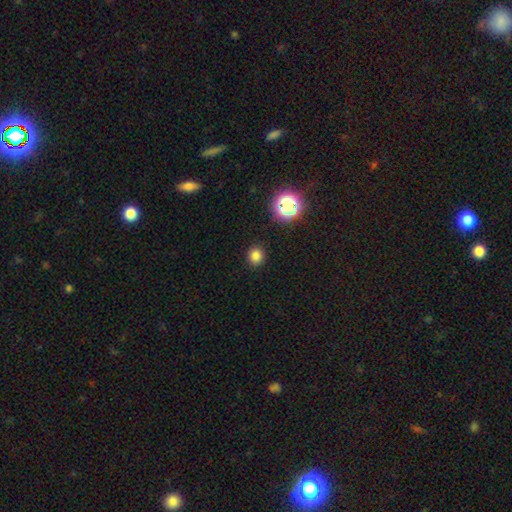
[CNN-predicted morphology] smooth_or_featured: smooth (p=0.80) [alt: star or artifact p=0.16]
how_rounded: round (p=0.88) [alt: in between p=0.11]
merging: none (p=0.91) [alt: minor disturbance p=0.05]